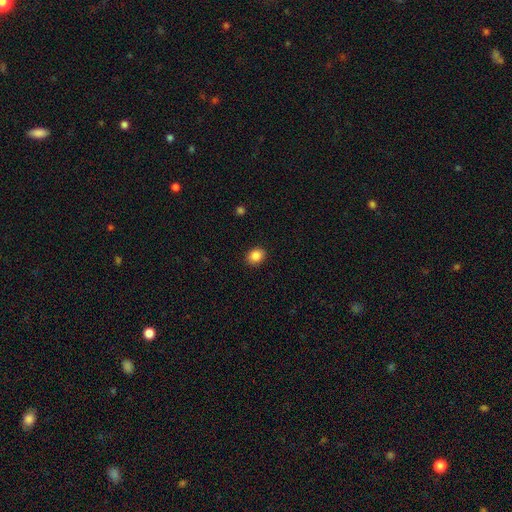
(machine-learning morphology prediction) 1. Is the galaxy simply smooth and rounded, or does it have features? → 87% smooth, 9% star or artifact, 4% featured or disk.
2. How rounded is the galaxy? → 53% round, 46% in between, 1% cigar-shaped.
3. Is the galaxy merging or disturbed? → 90% none, 7% minor disturbance, 2% major disturbance, 1% merger.